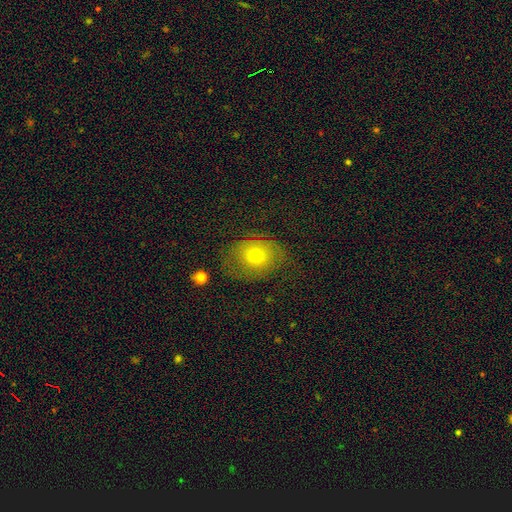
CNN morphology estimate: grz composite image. It shows a smooth galaxy with no disk features (56%) that is in between round and cigar-shaped (50%). Merging: none (60%).